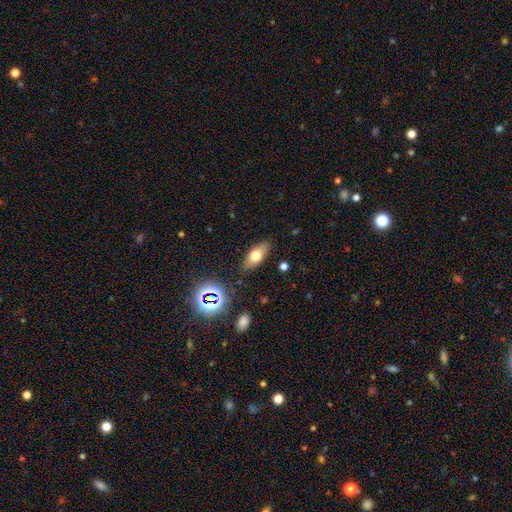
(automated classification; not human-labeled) Smooth or featured? smooth (66%)
How rounded? in between (79%)
Merging? none (84%)